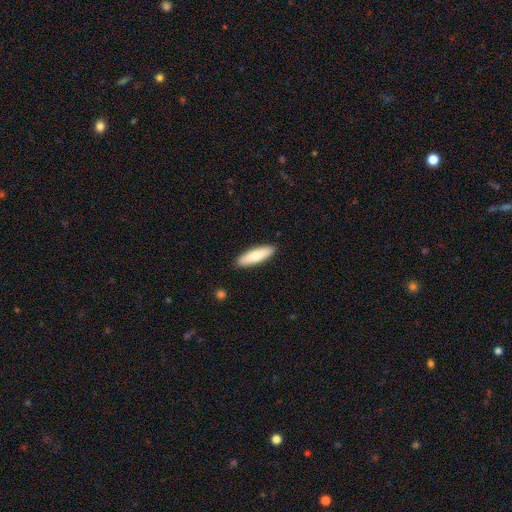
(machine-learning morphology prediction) This appears to be a smooth galaxy with no disk features (80%) that is cigar-shaped (64%). Merging: none (90%).